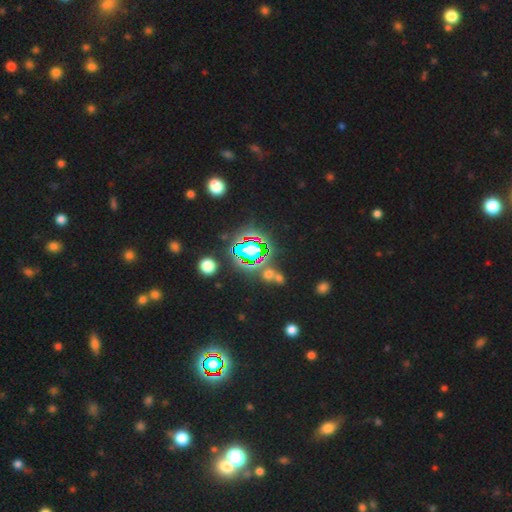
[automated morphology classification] The model was most divided on "smooth or featured": star or artifact: 66%, smooth: 22%, featured or disk: 13%.